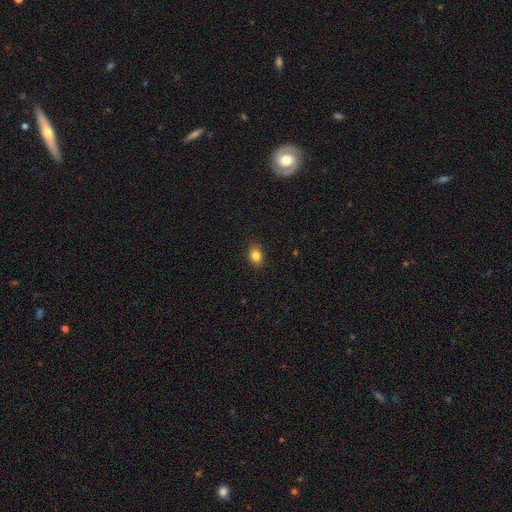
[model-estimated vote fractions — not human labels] Smooth or featured? smooth (85%)
How rounded? in between (70%)
Merging? none (88%)